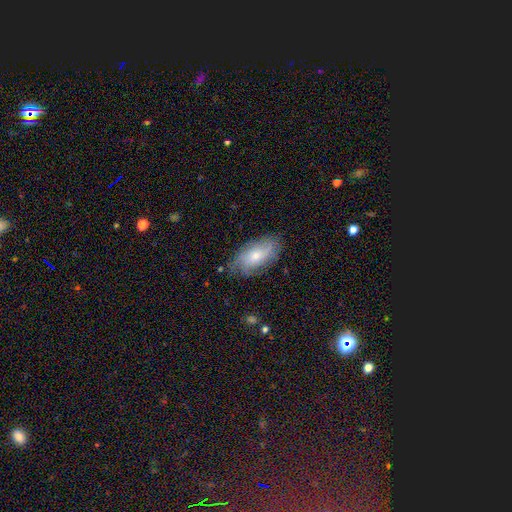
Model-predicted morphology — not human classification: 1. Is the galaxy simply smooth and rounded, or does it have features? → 48% smooth, 45% featured or disk, 7% star or artifact.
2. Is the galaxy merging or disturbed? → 73% none, 20% minor disturbance, 5% major disturbance, 1% merger.